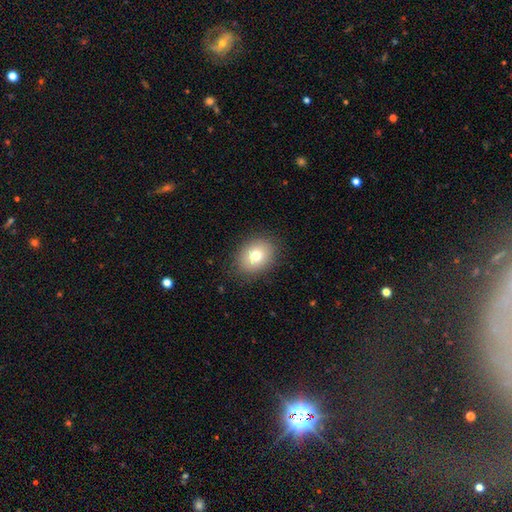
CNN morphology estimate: A smooth galaxy with no disk features (77%) that is in between round and cigar-shaped (59%).

Vote fractions:
- Smooth or featured? smooth: 77% / featured or disk: 13% / star or artifact: 10%
- How rounded? in between: 59% / round: 40% / cigar-shaped: 1%
- Merging? none: 87% / minor disturbance: 9% / major disturbance: 3% / merger: 1%